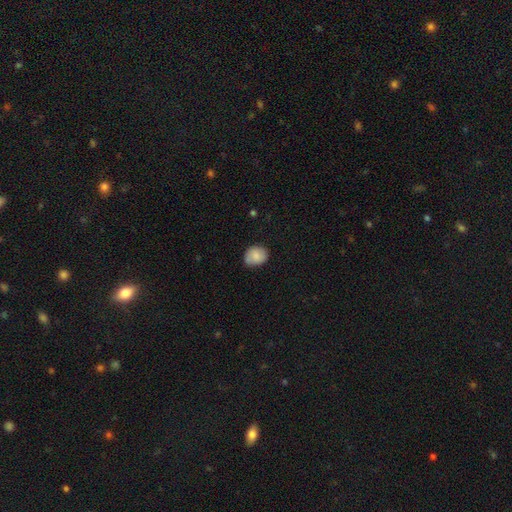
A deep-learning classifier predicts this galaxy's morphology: Q: Smooth or featured?
A: smooth (81%); runner-up: featured or disk (12%)
Q: How rounded?
A: round (58%); runner-up: in between (41%)
Q: Merging?
A: none (68%); runner-up: minor disturbance (26%)